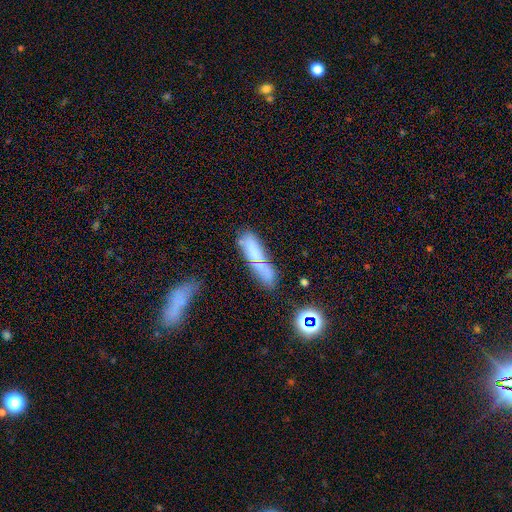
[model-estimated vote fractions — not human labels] smooth 60%, featured or disk 29%, star or artifact 12%. Down the decision tree: how rounded — cigar-shaped (73%); merging — none (37%).